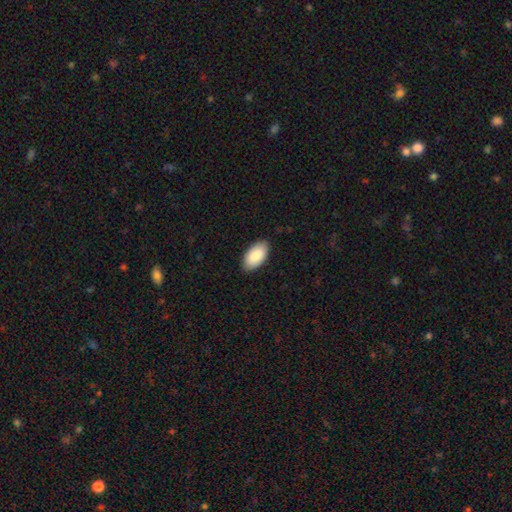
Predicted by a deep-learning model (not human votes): Smooth or featured?
  - smooth: 88% *
  - featured or disk: 6%
  - star or artifact: 5%
How rounded?
  - in between: 96% *
  - round: 2%
  - cigar-shaped: 2%
Merging?
  - none: 87% *
  - minor disturbance: 10%
  - major disturbance: 2%
  - merger: 1%